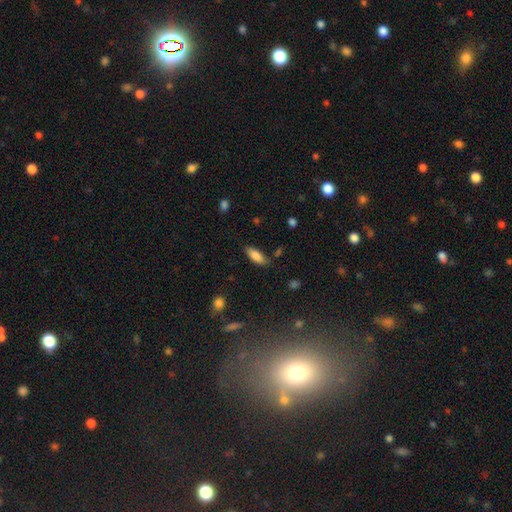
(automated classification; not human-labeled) smooth 83%, featured or disk 10%, star or artifact 7%. Down the decision tree: how rounded — in between (75%); merging — none (73%).